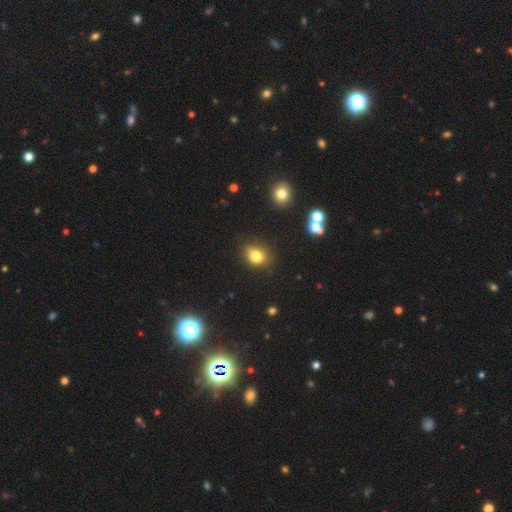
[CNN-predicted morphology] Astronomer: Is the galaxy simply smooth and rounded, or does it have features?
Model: smooth — 80%.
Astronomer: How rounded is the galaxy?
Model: round — 51% (runner-up: in between, 48%).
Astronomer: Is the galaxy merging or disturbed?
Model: none — 78%.